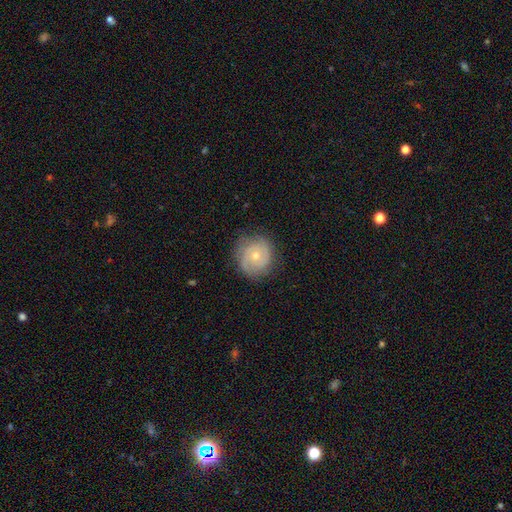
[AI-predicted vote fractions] Smooth or featured? Predicted: featured or disk (p=0.56). Edge-on disk? Predicted: no (p=0.97). Bar? Predicted: no (p=0.82). Spiral arms? Predicted: yes (p=0.82). Bulge size? Predicted: small (p=0.59). Merging? Predicted: none (p=0.80).